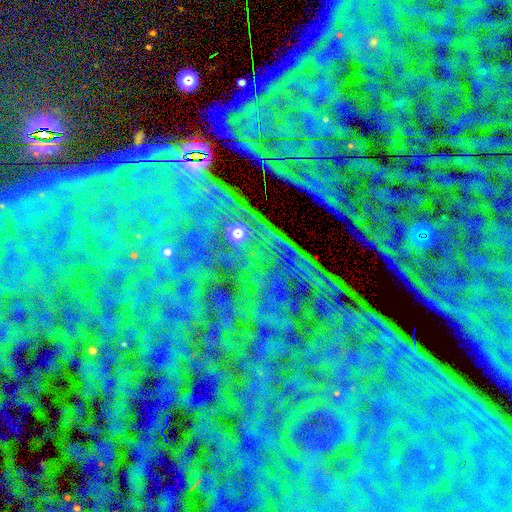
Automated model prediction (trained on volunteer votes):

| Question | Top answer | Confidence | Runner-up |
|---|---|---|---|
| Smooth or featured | star or artifact | 86% | featured or disk (7%) |